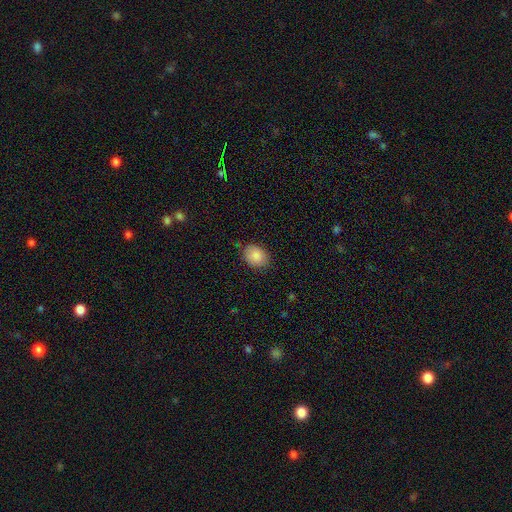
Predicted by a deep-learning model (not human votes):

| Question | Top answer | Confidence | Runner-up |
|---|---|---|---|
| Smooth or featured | smooth | 88% | star or artifact (7%) |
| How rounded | in between | 61% | round (38%) |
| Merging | none | 78% | minor disturbance (18%) |